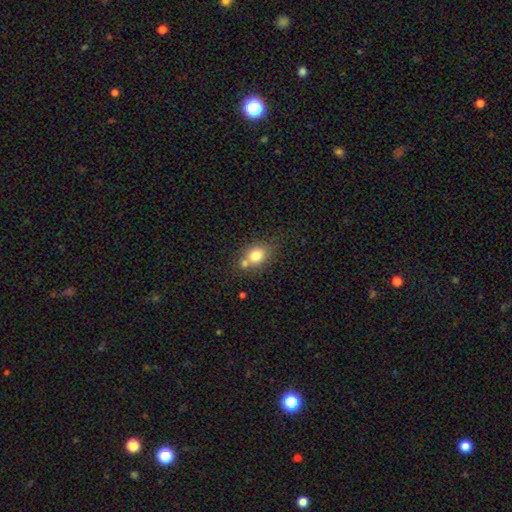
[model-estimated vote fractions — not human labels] This is likely a smooth galaxy (77%). How rounded: possibly in between (54%). Merging: possibly none (49%).